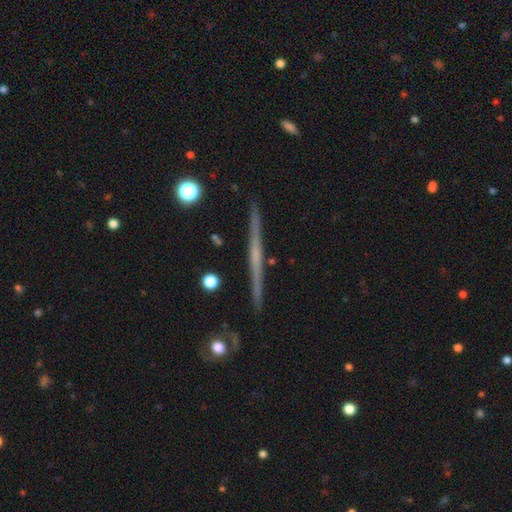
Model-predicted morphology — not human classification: type=featured or disk (70%); edge-on=yes (98%); edge-on bulge=none (75%); merging=none (92%).